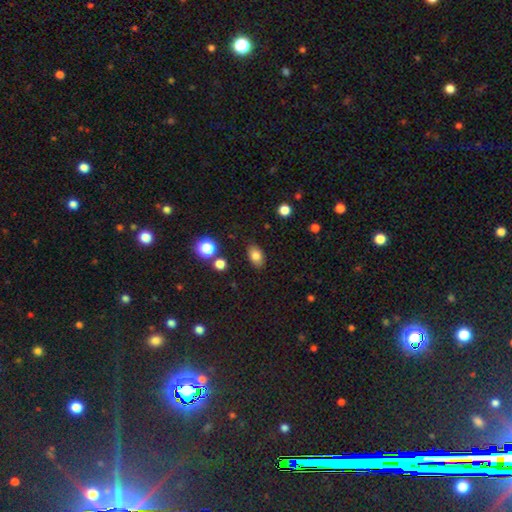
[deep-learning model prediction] Smooth or featured: smooth — 82% (star or artifact — 10%)
How rounded: in between — 84% (round — 14%)
Merging: none — 84% (minor disturbance — 11%)